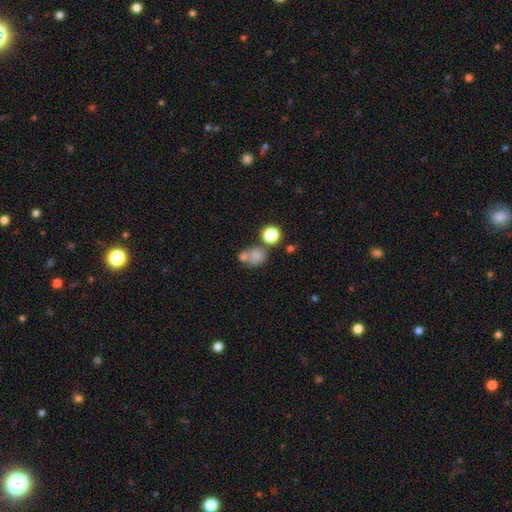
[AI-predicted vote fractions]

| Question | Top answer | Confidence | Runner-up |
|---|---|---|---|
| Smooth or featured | smooth | 76% | star or artifact (13%) |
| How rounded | round | 73% | in between (26%) |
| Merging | merger | 44% | none (39%) |